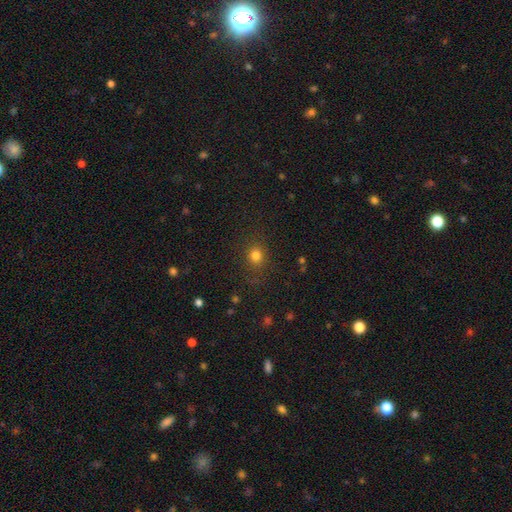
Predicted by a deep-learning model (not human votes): This is likely a smooth galaxy (79%). How rounded: likely round (77%). Merging: clearly none (84%).